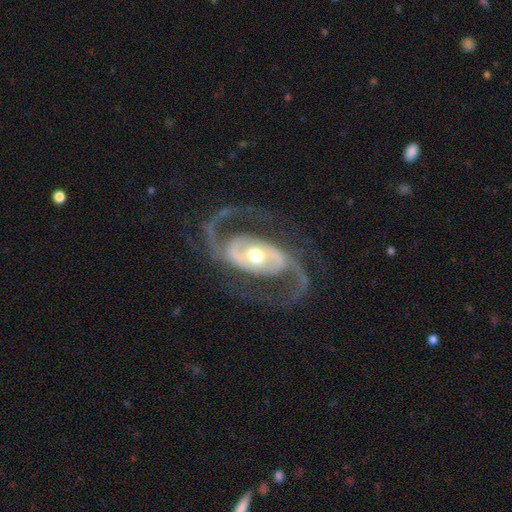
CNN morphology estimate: Smooth or featured? featured or disk (92%)
Edge-on disk? no (97%)
Bar? no (40%)
Spiral arms? yes (96%)
Spiral winding? medium (51%)
Spiral arm count? 2 (93%)
Bulge size? moderate (70%)
Merging? none (76%)